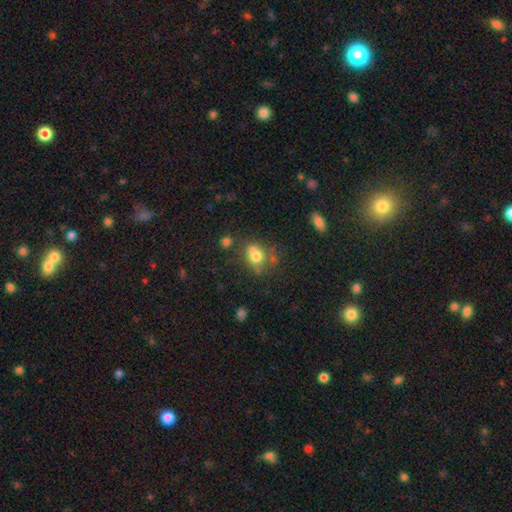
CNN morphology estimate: smooth-or-featured: smooth: 72% | featured or disk: 15% | star or artifact: 13%
  how-rounded: round: 54% | in between: 44% | cigar-shaped: 1%
  merging: none: 47% | merger: 25% | minor disturbance: 20% | major disturbance: 9%